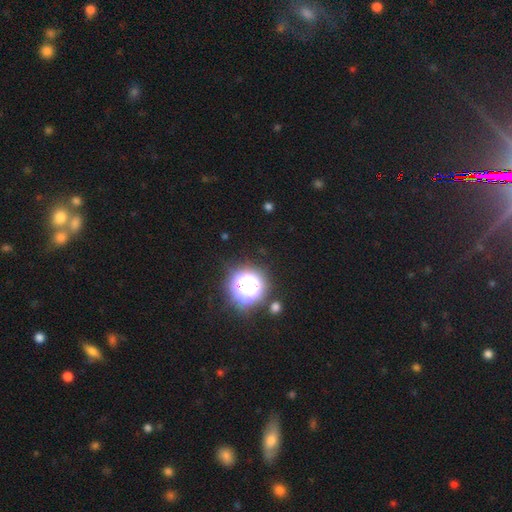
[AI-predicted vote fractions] Overall: star or artifact (80%).